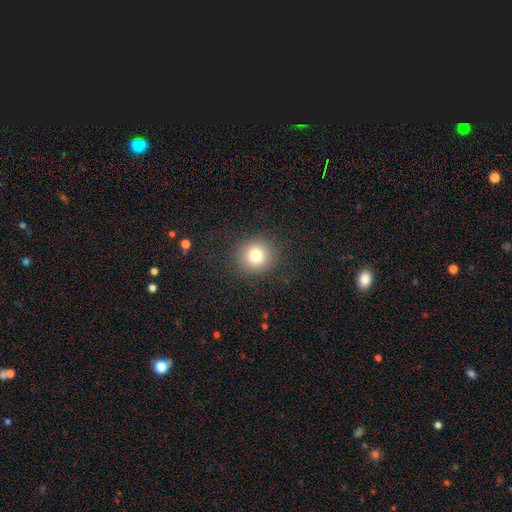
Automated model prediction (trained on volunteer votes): This is likely a smooth galaxy (77%). How rounded: clearly round (89%). Merging: clearly none (89%).